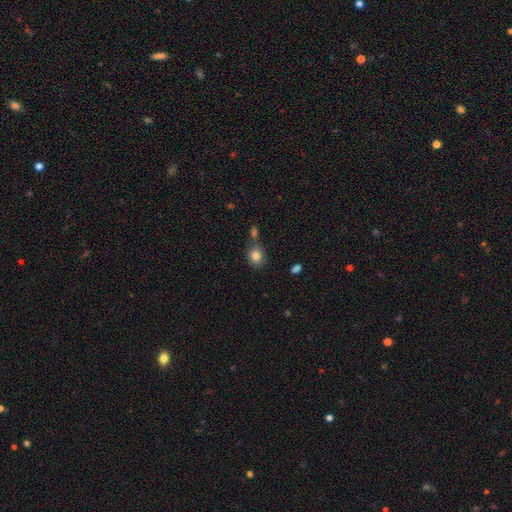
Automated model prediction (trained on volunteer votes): Smooth or featured: smooth — 83% (star or artifact — 10%)
How rounded: round — 59% (in between — 40%)
Merging: none — 61% (merger — 19%)